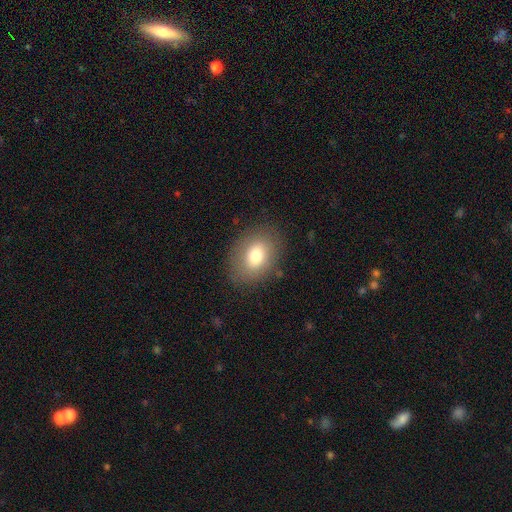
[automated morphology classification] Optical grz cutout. It shows a smooth galaxy with no disk features (75%) that is in between round and cigar-shaped (67%). Merging: none (83%).